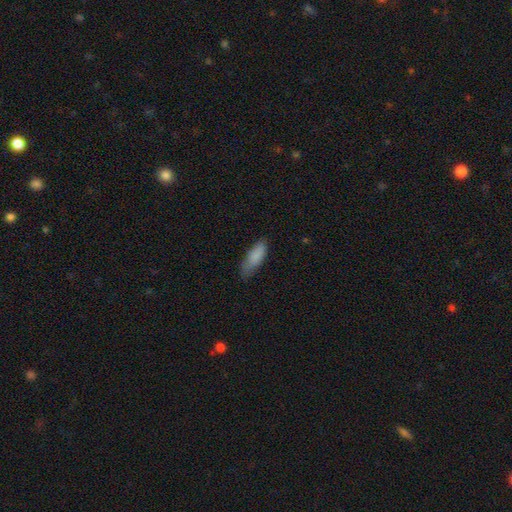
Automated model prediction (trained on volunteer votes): This appears to be a smooth galaxy with no disk features (86%) that is in between round and cigar-shaped (62%). Merging: none (68%).